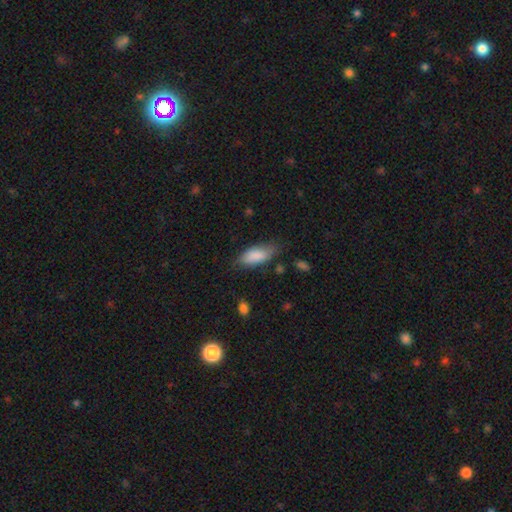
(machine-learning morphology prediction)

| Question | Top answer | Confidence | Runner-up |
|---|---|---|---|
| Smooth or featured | smooth | 85% | featured or disk (9%) |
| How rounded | in between | 84% | cigar-shaped (14%) |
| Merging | none | 61% | minor disturbance (28%) |